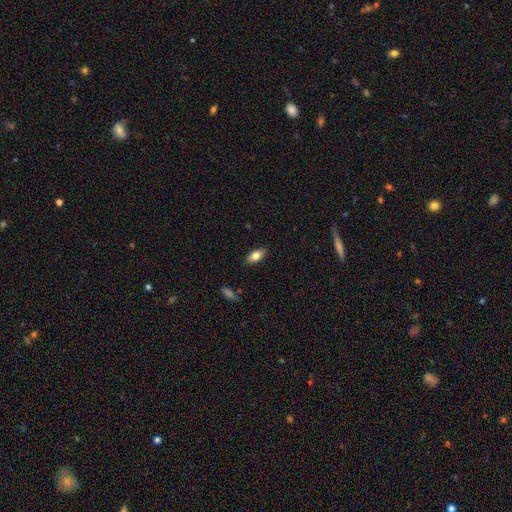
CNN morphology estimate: Smooth or featured? Predicted: smooth (p=0.76). How rounded? Predicted: in between (p=0.87). Merging? Predicted: none (p=0.87).